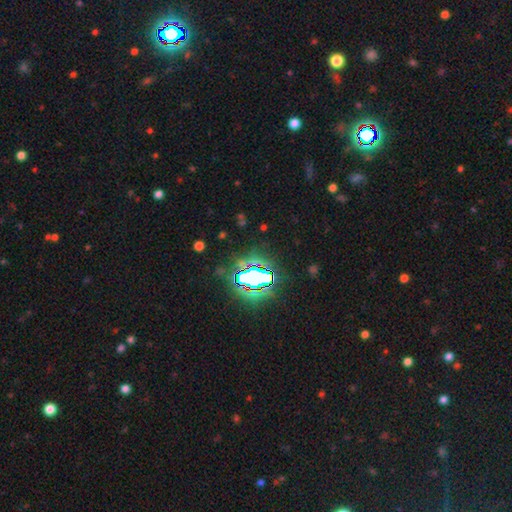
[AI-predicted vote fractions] Smooth or featured? star or artifact (82%)